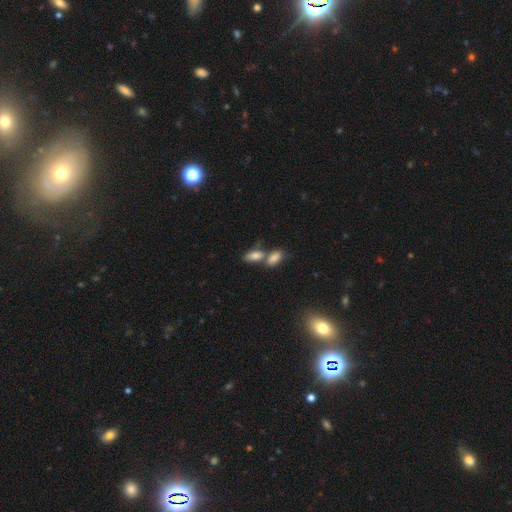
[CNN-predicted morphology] A smooth galaxy with no disk features (78%) that is in between round and cigar-shaped (86%).

Vote fractions:
- Smooth or featured? smooth: 78% / featured or disk: 12% / star or artifact: 10%
- How rounded? in between: 86% / cigar-shaped: 8% / round: 5%
- Merging? merger: 51% / none: 35% / minor disturbance: 10% / major disturbance: 4%